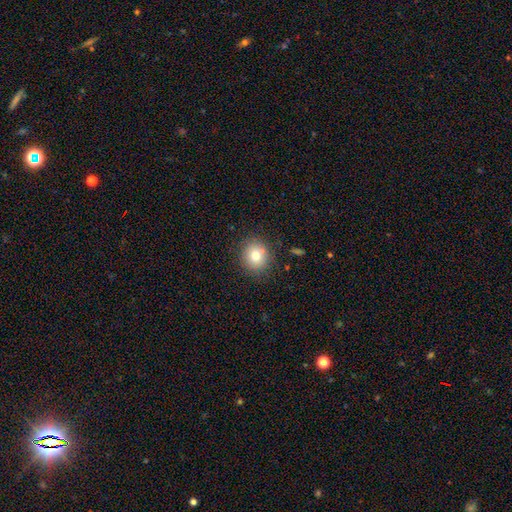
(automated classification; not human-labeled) Q: Smooth or featured?
A: smooth (76%); runner-up: star or artifact (12%)
Q: How rounded?
A: round (86%); runner-up: in between (13%)
Q: Merging?
A: none (84%); runner-up: minor disturbance (10%)